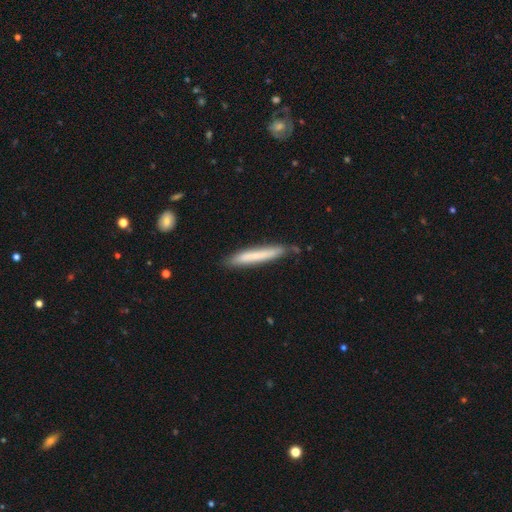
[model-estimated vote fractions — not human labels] A smooth galaxy with no disk features (67%) that is cigar-shaped (95%).

Vote fractions:
- Smooth or featured? smooth: 67% / featured or disk: 27% / star or artifact: 6%
- How rounded? cigar-shaped: 95% / in between: 4% / round: 1%
- Merging? none: 77% / minor disturbance: 18% / major disturbance: 3% / merger: 3%